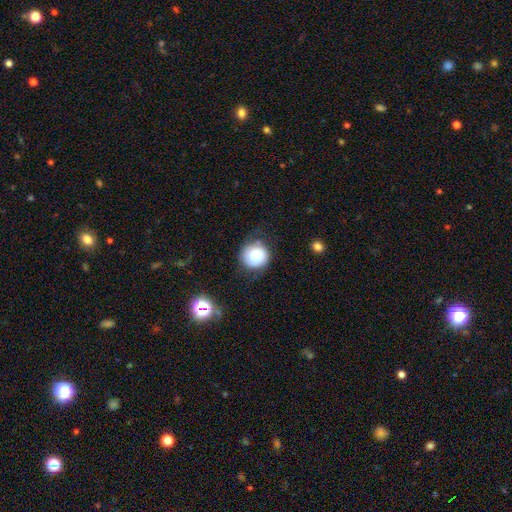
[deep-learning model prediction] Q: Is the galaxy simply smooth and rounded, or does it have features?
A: smooth — 82%.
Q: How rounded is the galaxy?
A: round — 91%.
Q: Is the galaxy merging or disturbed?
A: none — 68%.